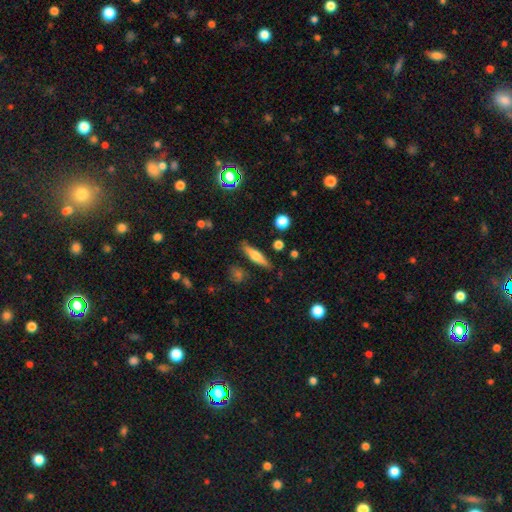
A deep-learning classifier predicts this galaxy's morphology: Overall: smooth (52%; featured or disk 41%). How rounded: cigar-shaped (78%). Merging: none (83%).